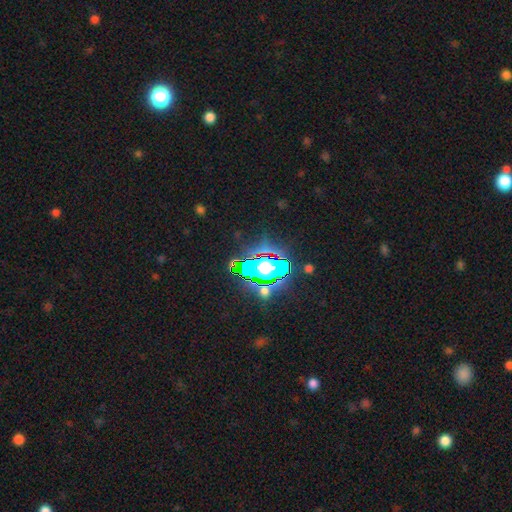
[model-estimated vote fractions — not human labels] smooth-or-featured: star or artifact: 67% | smooth: 18% | featured or disk: 15%